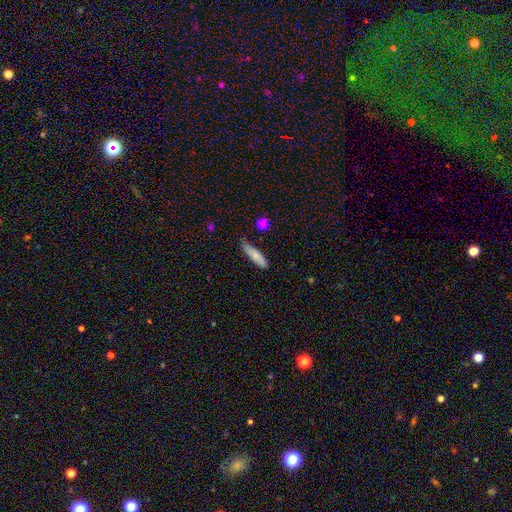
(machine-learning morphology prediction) A smooth galaxy with no disk features (80%) that is cigar-shaped (73%).

Vote fractions:
- Smooth or featured? smooth: 80% / featured or disk: 14% / star or artifact: 6%
- How rounded? cigar-shaped: 73% / in between: 25% / round: 2%
- Merging? none: 77% / minor disturbance: 18% / major disturbance: 3% / merger: 2%